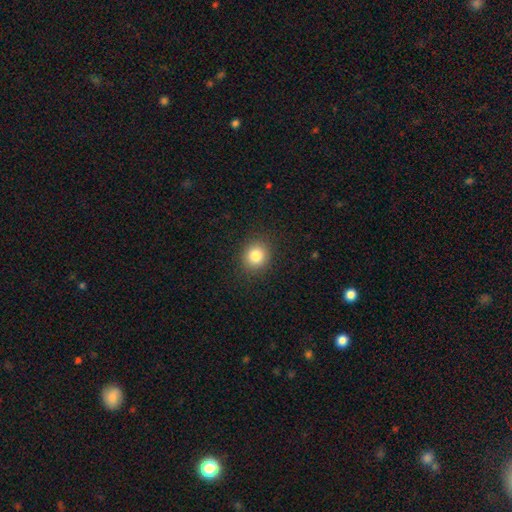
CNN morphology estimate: A smooth galaxy with no disk features (83%) that is round (81%). Merging: none (90%).